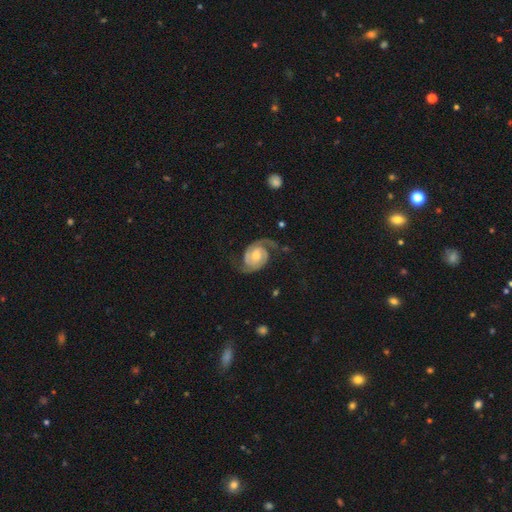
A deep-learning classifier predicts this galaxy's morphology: type=featured or disk (88%); edge-on=no (98%); bar=no (53%); spiral arms=yes (97%); winding=medium (45%); arm count=2 (90%); bulge=moderate (56%); merging=none (66%).